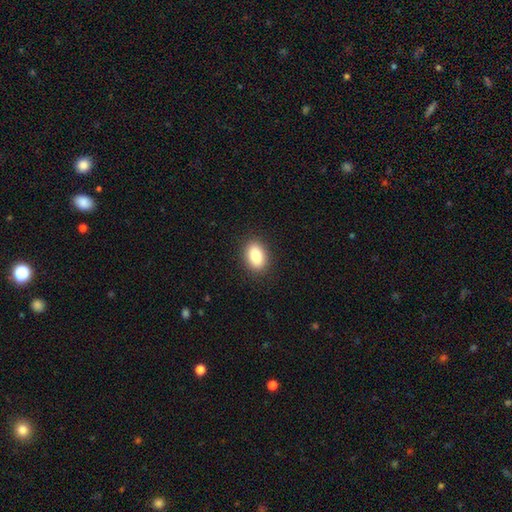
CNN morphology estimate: The model was most divided on "how rounded": in between: 85%, round: 14%, cigar-shaped: 2%. More confident: merging — none (89%); smooth or featured — smooth (85%).